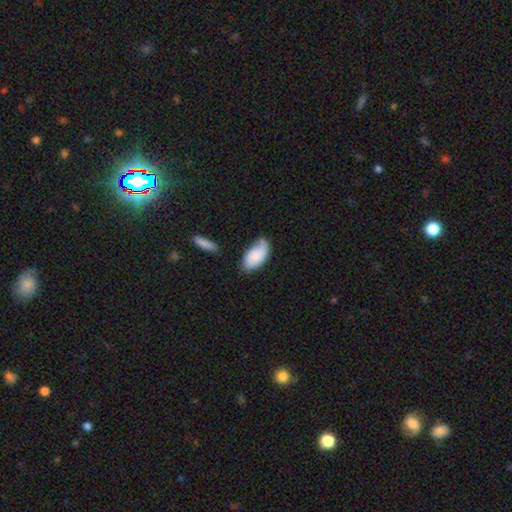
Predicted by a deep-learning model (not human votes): smooth-or-featured: smooth: 65% | featured or disk: 28% | star or artifact: 7%
  how-rounded: in between: 94% | cigar-shaped: 3% | round: 3%
  merging: none: 54% | minor disturbance: 31% | major disturbance: 11% | merger: 4%